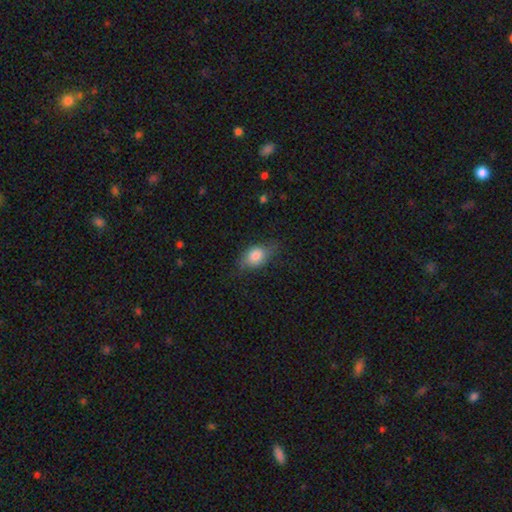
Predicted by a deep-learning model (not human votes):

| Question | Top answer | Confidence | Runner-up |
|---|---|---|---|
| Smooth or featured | smooth | 78% | featured or disk (13%) |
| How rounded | in between | 74% | round (23%) |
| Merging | none | 64% | minor disturbance (27%) |